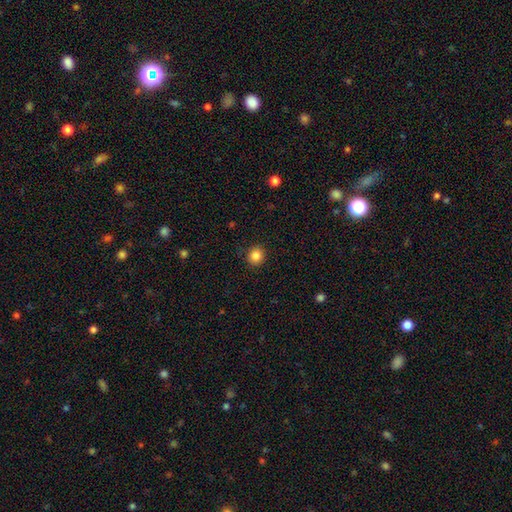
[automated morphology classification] Smooth or featured? Predicted: smooth (p=0.86). How rounded? Predicted: round (p=0.87). Merging? Predicted: none (p=0.89).